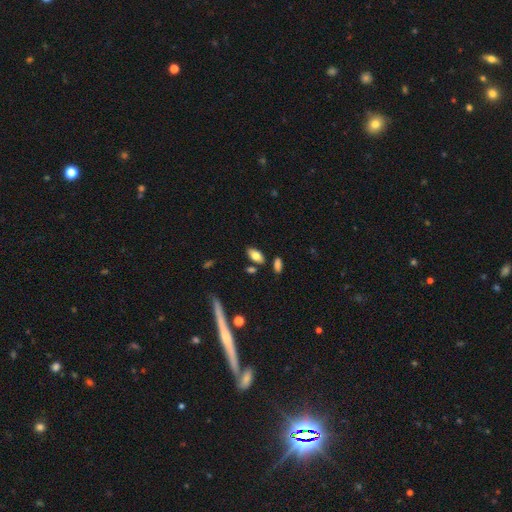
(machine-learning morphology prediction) Smooth or featured?
  - smooth: 76% *
  - featured or disk: 17%
  - star or artifact: 7%
How rounded?
  - in between: 89% *
  - cigar-shaped: 8%
  - round: 4%
Merging?
  - none: 80% *
  - minor disturbance: 11%
  - merger: 6%
  - major disturbance: 3%